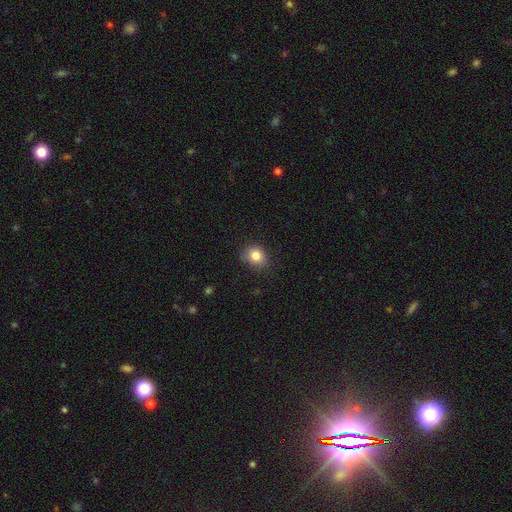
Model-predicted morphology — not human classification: The model was most divided on "how rounded": round: 64%, in between: 35%, cigar-shaped: 1%. More confident: smooth or featured — smooth (83%); merging — none (77%).